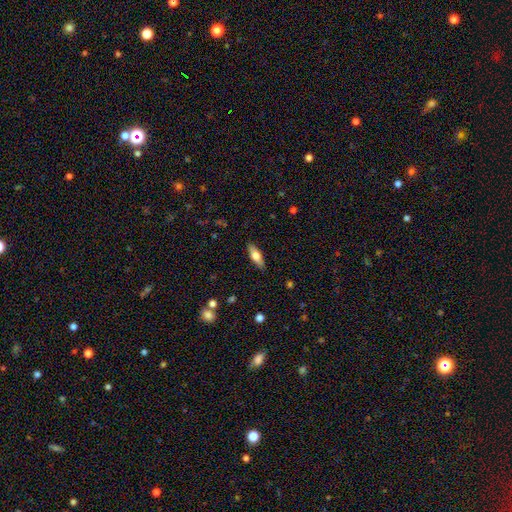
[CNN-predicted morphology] This appears to be a smooth galaxy with no disk features (67%) that is in between round and cigar-shaped (59%). Merging: none (88%).